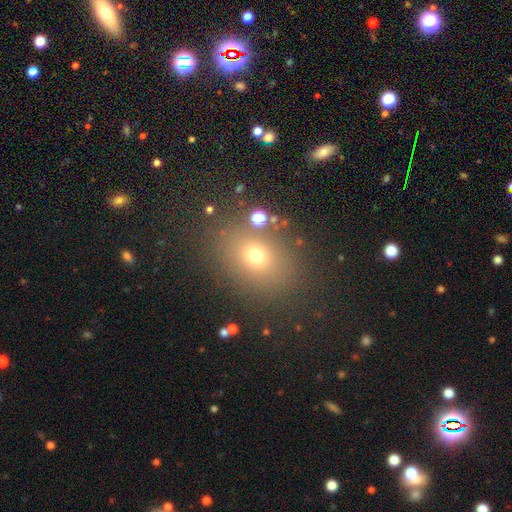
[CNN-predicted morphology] Smooth or featured?
  - smooth: 66% *
  - star or artifact: 22%
  - featured or disk: 12%
How rounded?
  - round: 50% *
  - in between: 48%
  - cigar-shaped: 1%
Merging?
  - none: 81% *
  - minor disturbance: 10%
  - merger: 5%
  - major disturbance: 5%